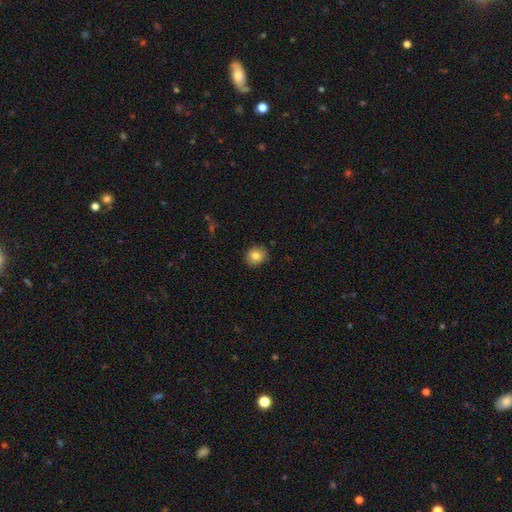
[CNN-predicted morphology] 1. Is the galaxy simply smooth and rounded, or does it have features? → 83% smooth, 9% star or artifact, 8% featured or disk.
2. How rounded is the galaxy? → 73% round, 26% in between, 1% cigar-shaped.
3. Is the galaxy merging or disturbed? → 88% none, 9% minor disturbance, 2% major disturbance, 1% merger.